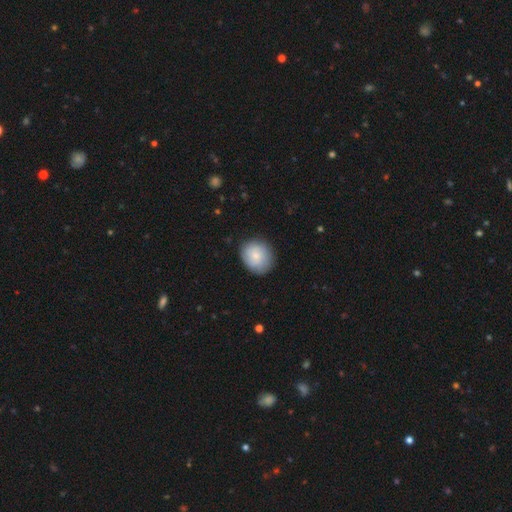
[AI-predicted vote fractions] smooth-or-featured: smooth: 75% | featured or disk: 18% | star or artifact: 7%
  how-rounded: round: 76% | in between: 23% | cigar-shaped: 1%
  merging: none: 82% | minor disturbance: 14% | major disturbance: 3% | merger: 1%